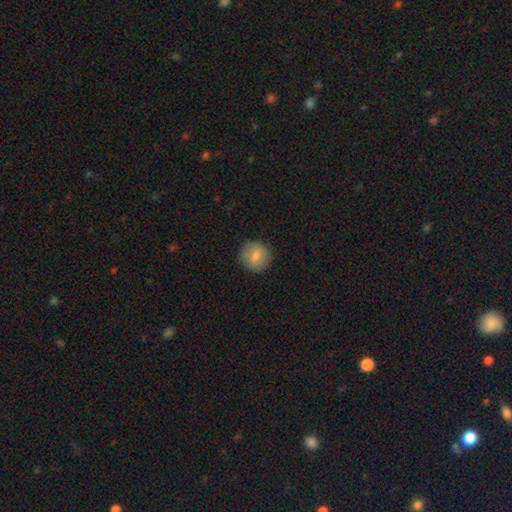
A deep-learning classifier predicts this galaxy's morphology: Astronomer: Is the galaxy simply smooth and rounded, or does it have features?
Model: smooth — 81%.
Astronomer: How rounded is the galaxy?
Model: round — 91%.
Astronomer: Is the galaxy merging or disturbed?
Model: none — 87%.